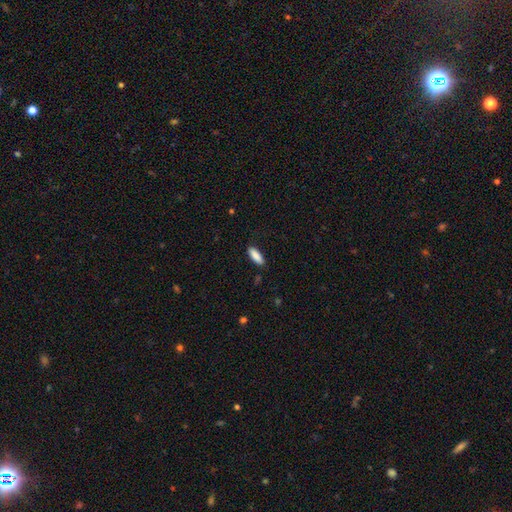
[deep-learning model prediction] Morphology: type=smooth (89%); roundness=in between (60%); merging=none (87%).